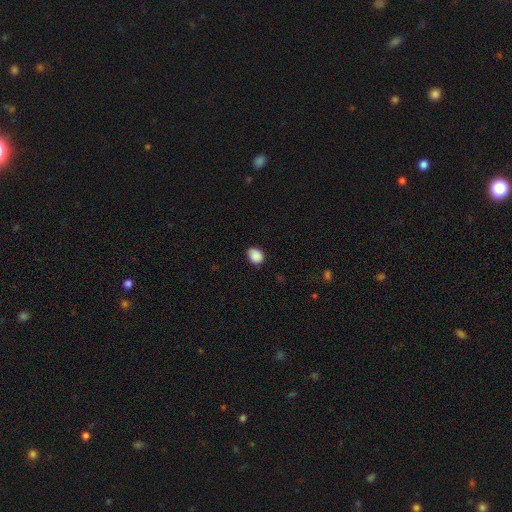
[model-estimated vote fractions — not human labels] A smooth galaxy with no disk features (89%) that is in between round and cigar-shaped (52%). Merging: none (78%).